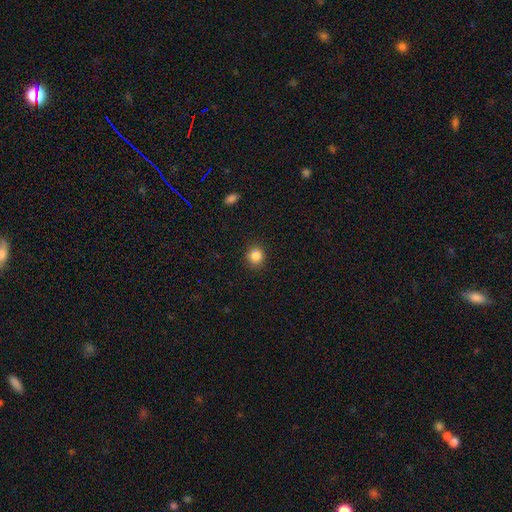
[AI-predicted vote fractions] smooth 85%, star or artifact 11%, featured or disk 4%. Down the decision tree: how rounded — round (89%); merging — none (88%).